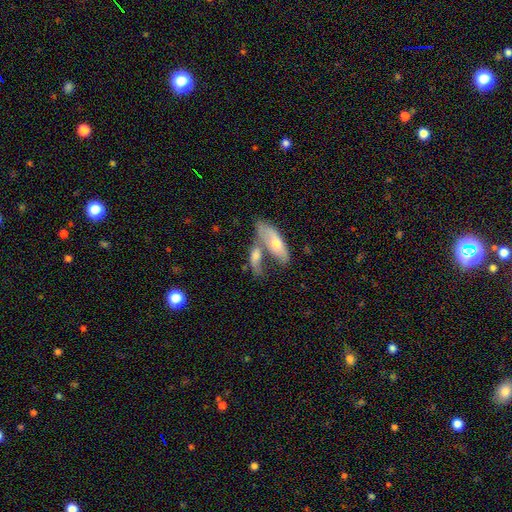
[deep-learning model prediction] This appears to be a smooth galaxy with no disk features (54%) that is in between round and cigar-shaped (68%). Merging: merger (64%).